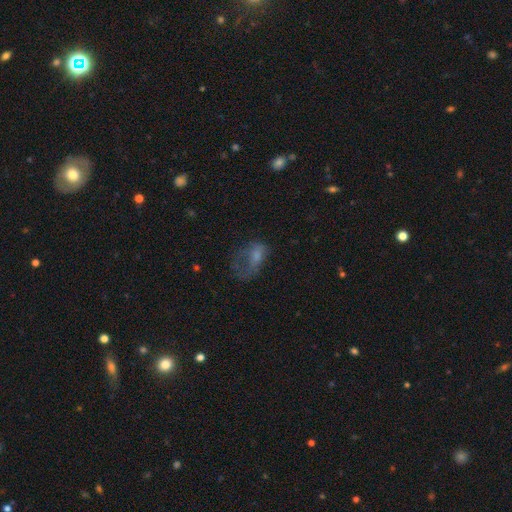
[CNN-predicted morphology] Smooth or featured?
  - smooth: 55% *
  - featured or disk: 32%
  - star or artifact: 14%
How rounded?
  - in between: 83% *
  - round: 14%
  - cigar-shaped: 3%
Merging?
  - major disturbance: 55% *
  - none: 23%
  - minor disturbance: 20%
  - merger: 3%